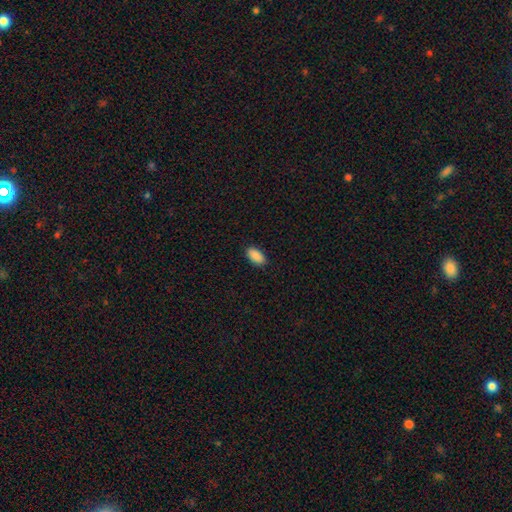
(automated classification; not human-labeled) Smooth or featured? Predicted: smooth (p=0.90). How rounded? Predicted: in between (p=0.94). Merging? Predicted: none (p=0.89).